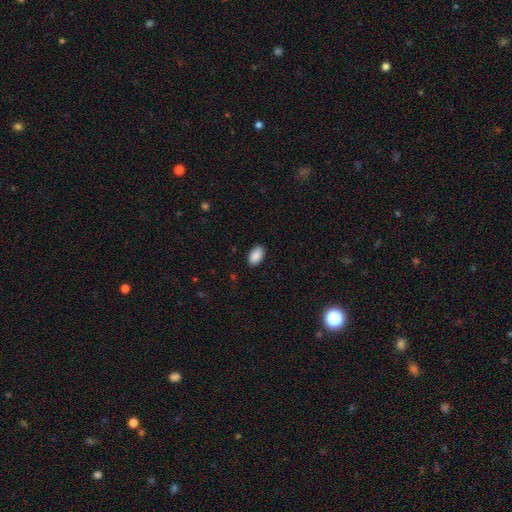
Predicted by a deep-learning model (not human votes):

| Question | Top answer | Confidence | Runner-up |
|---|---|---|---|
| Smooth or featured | smooth | 90% | star or artifact (7%) |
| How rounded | in between | 94% | round (4%) |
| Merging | none | 88% | minor disturbance (9%) |